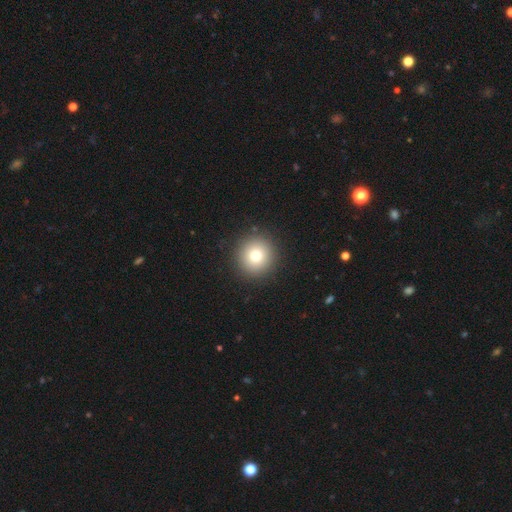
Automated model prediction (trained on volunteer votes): smooth 77%, star or artifact 13%, featured or disk 10%. Down the decision tree: how rounded — round (95%); merging — none (91%).